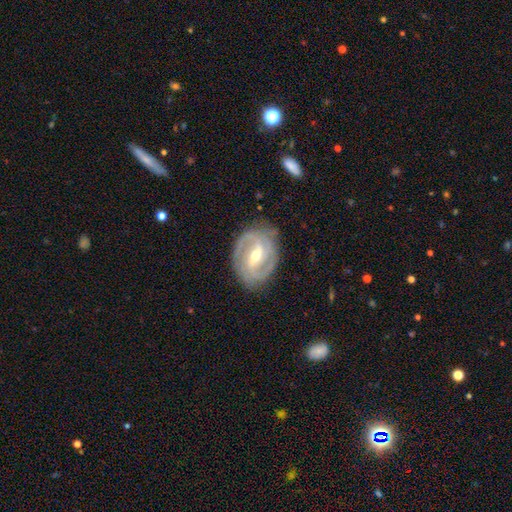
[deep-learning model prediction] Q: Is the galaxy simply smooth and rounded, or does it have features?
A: featured or disk — 88%.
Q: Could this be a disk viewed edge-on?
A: no — 96%.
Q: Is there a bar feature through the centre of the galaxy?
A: weak — 43%, tied with strong.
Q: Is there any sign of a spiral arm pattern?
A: yes — 95%.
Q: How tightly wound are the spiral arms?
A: tight — 48%.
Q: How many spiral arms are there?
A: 2 — 69%.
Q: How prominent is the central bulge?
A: moderate — 54%.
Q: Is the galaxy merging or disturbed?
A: none — 81%.